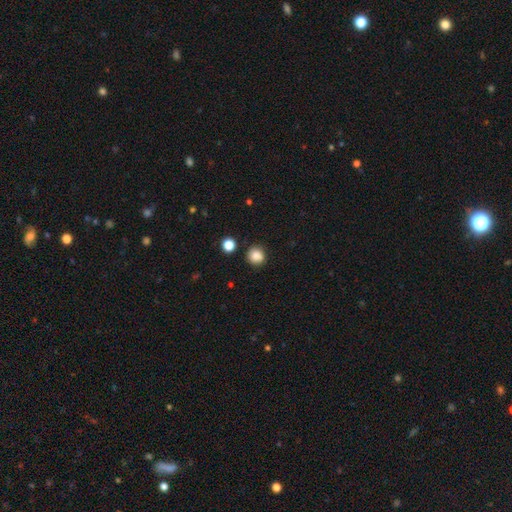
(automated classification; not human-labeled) Smooth or featured? smooth (85%)
How rounded? round (90%)
Merging? none (86%)